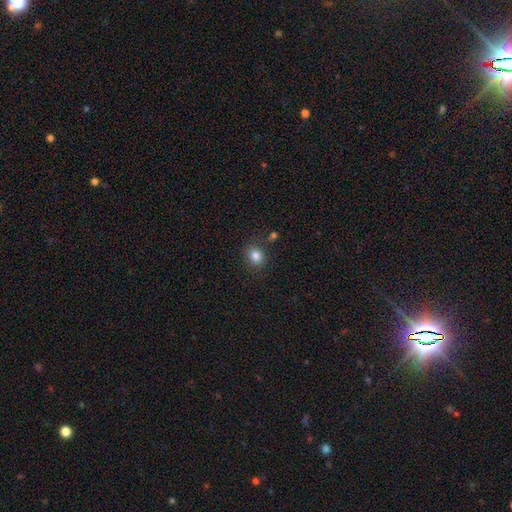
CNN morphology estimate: A smooth galaxy with no disk features (84%) that is round (61%). Merging: none (82%).